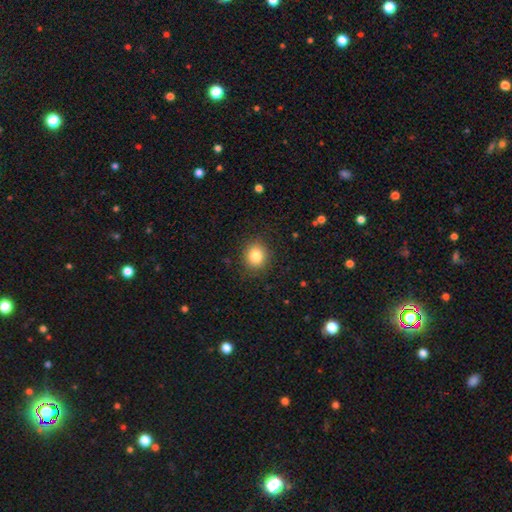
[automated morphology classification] This is clearly a smooth galaxy (84%). How rounded: clearly round (80%). Merging: clearly none (88%).